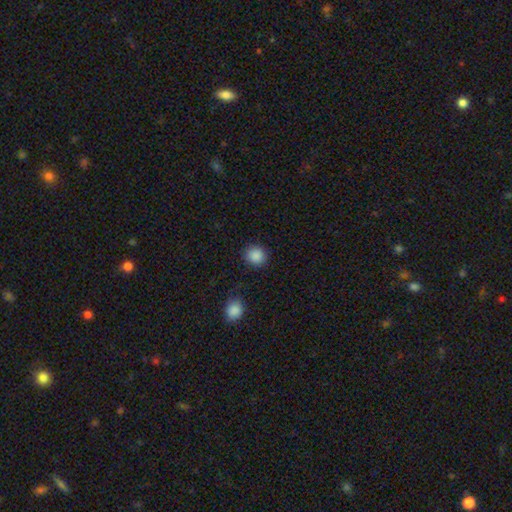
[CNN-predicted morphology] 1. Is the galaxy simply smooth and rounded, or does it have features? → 88% smooth, 9% star or artifact, 3% featured or disk.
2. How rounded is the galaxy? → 87% round, 12% in between, 1% cigar-shaped.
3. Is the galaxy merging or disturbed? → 87% none, 8% minor disturbance, 3% major disturbance, 2% merger.